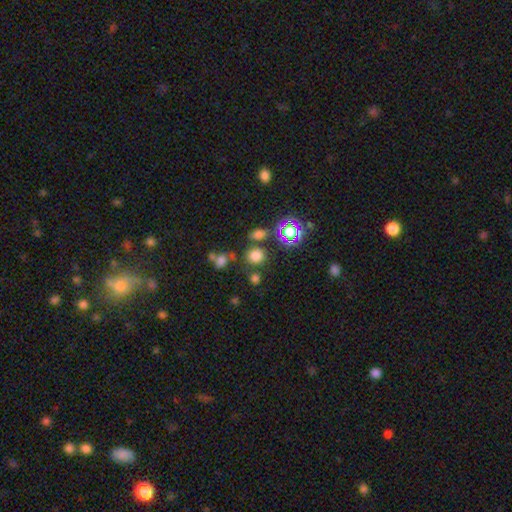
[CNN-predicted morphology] This appears to be a smooth galaxy with no disk features (70%) that is round (84%). Merging: none (75%).